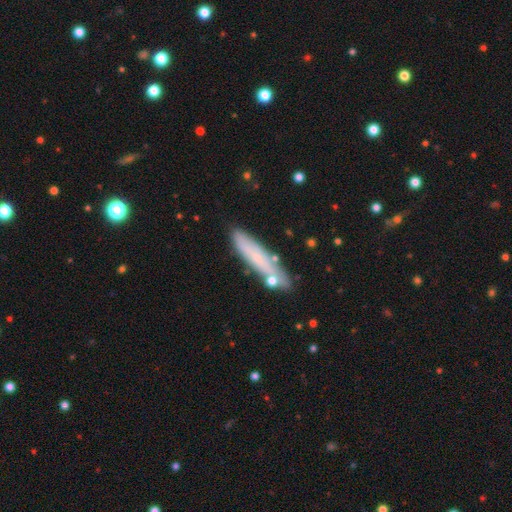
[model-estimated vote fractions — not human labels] Morphology: type=smooth (61%); roundness=cigar-shaped (84%); merging=none (74%).